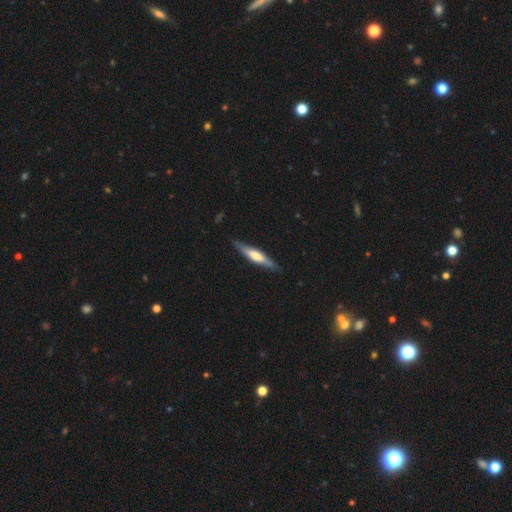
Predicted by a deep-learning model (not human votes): This appears to be a featured or disk galaxy (55%) viewed edge-on (92%) with a rounded central bulge (55%). Merging: none (85%).